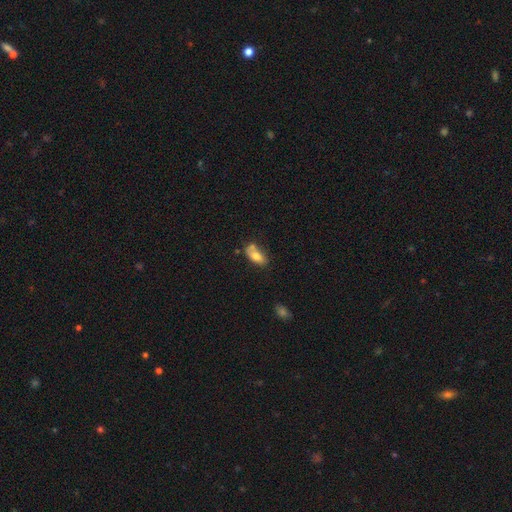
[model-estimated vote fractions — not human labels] Smooth or featured? Predicted: smooth (p=0.73). How rounded? Predicted: in between (p=0.88). Merging? Predicted: none (p=0.43).